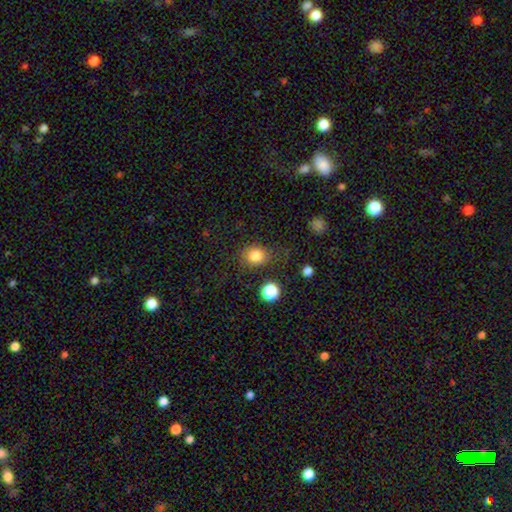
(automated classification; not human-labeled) A smooth galaxy with no disk features (82%) that is round (67%). Merging: none (77%).